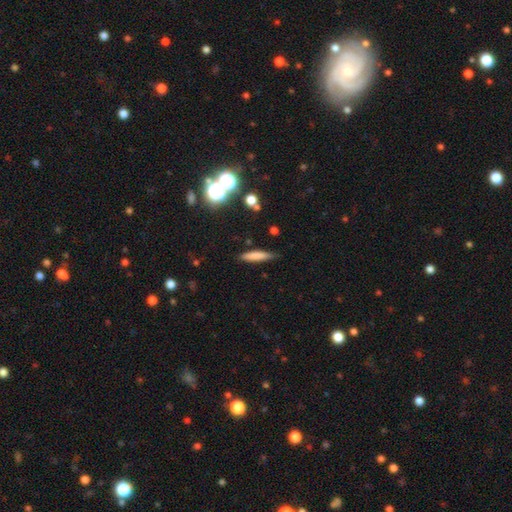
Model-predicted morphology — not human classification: Smooth or featured? Predicted: smooth (p=0.74). How rounded? Predicted: cigar-shaped (p=0.83). Merging? Predicted: none (p=0.80).